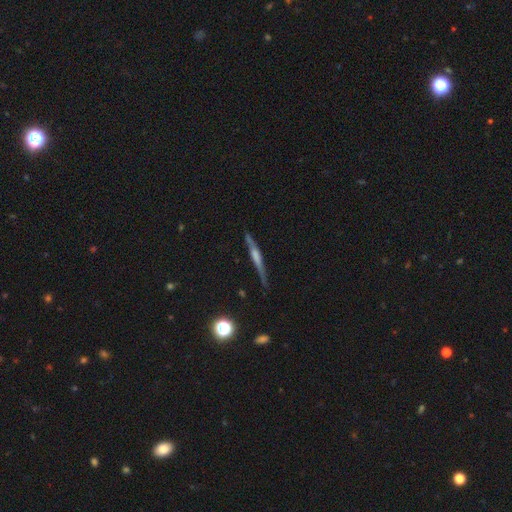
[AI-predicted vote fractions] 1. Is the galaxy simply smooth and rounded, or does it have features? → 59% featured or disk, 32% smooth, 8% star or artifact.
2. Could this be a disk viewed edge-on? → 95% yes, 5% no.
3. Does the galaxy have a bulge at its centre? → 38% rounded, 32% boxy, 30% none.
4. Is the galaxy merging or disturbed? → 74% none, 19% minor disturbance, 4% major disturbance, 3% merger.